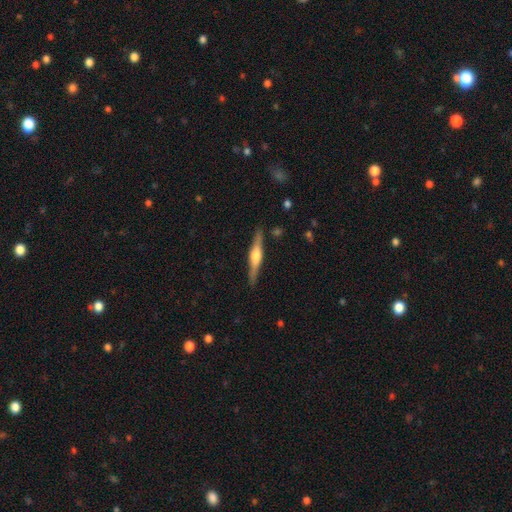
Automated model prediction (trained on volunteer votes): A featured or disk galaxy (71%) viewed edge-on (98%) with a rounded central bulge (88%). Merging: none (89%).